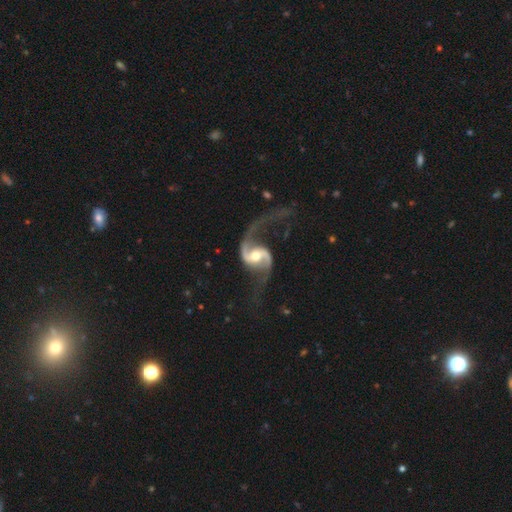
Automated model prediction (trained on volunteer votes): smooth_or_featured: featured or disk (p=0.93) [alt: star or artifact p=0.04]
disk_edge_on: no (p=0.98) [alt: yes p=0.02]
bar: weak (p=0.39) [alt: no p=0.34]
has_spiral_arms: yes (p=0.98) [alt: no p=0.02]
spiral_winding: loose (p=0.73) [alt: medium p=0.22]
spiral_arm_count: 2 (p=0.93) [alt: 1 p=0.02]
bulge_size: moderate (p=0.72) [alt: small p=0.17]
merging: none (p=0.60) [alt: major disturbance p=0.22]